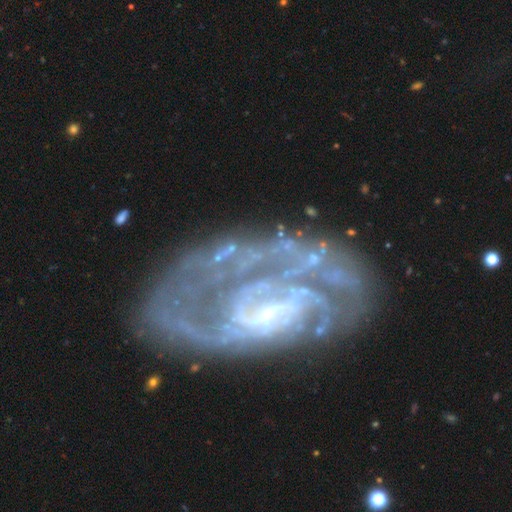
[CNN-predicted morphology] Smooth or featured? Predicted: featured or disk (p=0.82). Edge-on disk? Predicted: no (p=0.95). Bar? Predicted: weak (p=0.36). Spiral arms? Predicted: yes (p=0.84). Spiral winding? Predicted: medium (p=0.40). Spiral arm count? Predicted: 2 (p=0.37). Bulge size? Predicted: small (p=0.54). Merging? Predicted: none (p=0.48).